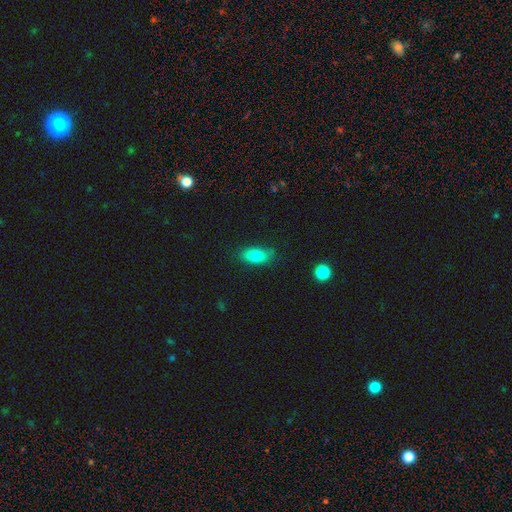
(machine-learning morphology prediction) smooth-or-featured: smooth: 82% | featured or disk: 10% | star or artifact: 8%
  how-rounded: in between: 85% | cigar-shaped: 10% | round: 5%
  merging: none: 78% | minor disturbance: 17% | major disturbance: 4% | merger: 2%